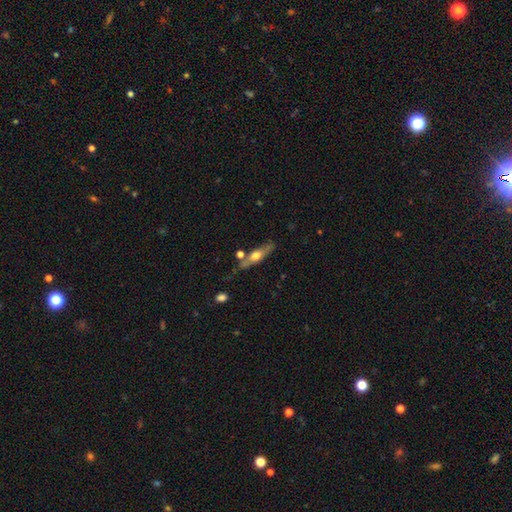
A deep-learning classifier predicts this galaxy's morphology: featured or disk 52%, smooth 42%, star or artifact 6%. Down the decision tree: edge-on disk — yes (82%); merging — none (68%).